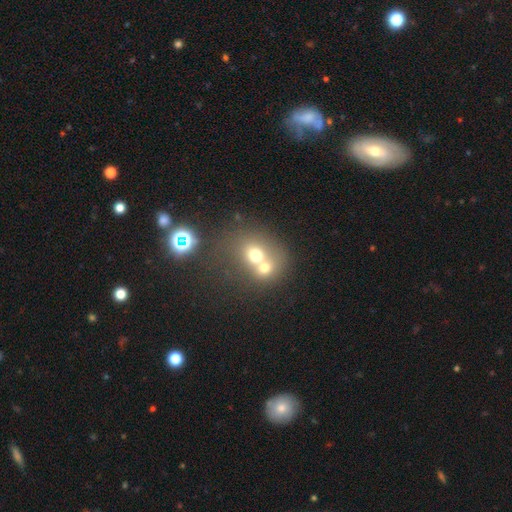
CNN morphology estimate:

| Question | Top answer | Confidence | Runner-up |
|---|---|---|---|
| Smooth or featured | smooth | 65% | featured or disk (20%) |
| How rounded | round | 66% | in between (33%) |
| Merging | merger | 64% | none (26%) |